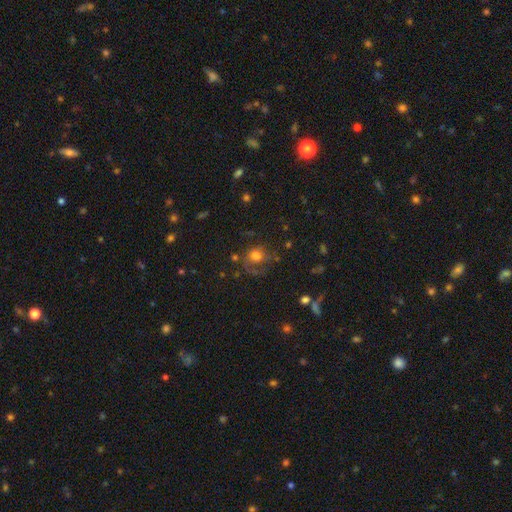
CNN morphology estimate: smooth_or_featured: smooth (p=0.56) [alt: featured or disk p=0.29]
how_rounded: round (p=0.67) [alt: in between p=0.32]
merging: none (p=0.42) [alt: major disturbance p=0.34]